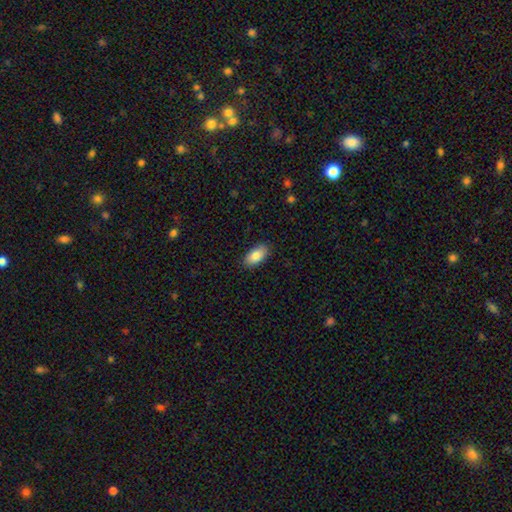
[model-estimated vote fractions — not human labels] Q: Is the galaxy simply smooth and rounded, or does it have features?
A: smooth — 85%.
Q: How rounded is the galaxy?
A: in between — 93%.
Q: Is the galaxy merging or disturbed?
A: none — 88%.